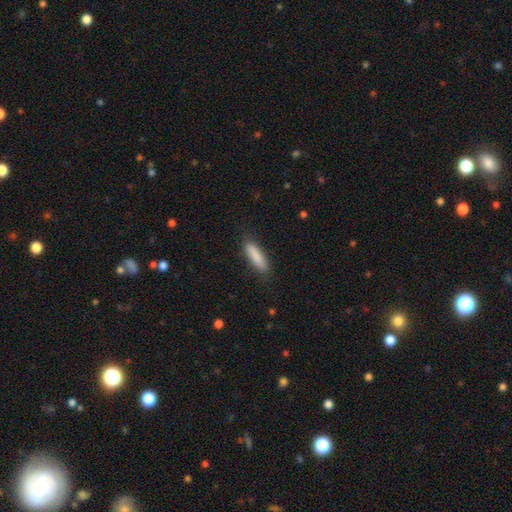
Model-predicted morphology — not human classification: Smooth or featured? Predicted: smooth (p=0.87). How rounded? Predicted: cigar-shaped (p=0.65). Merging? Predicted: none (p=0.86).